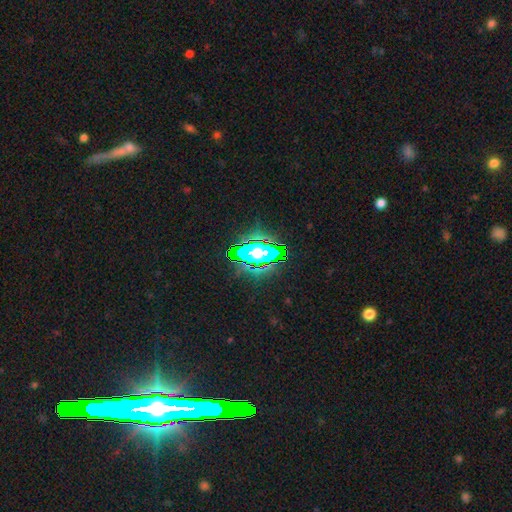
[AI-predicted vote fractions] A star or artifact, not a galaxy (69%).